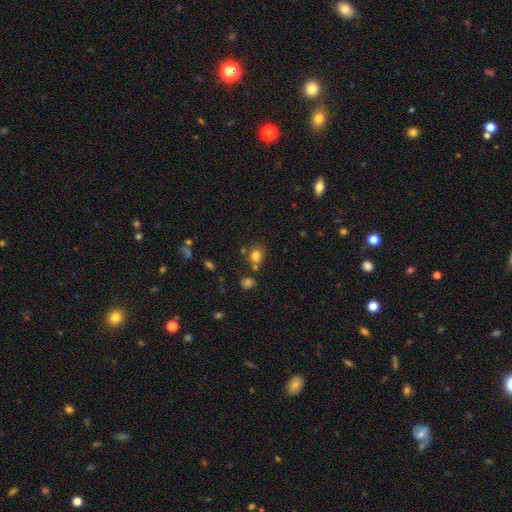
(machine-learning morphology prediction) smooth_or_featured: smooth (p=0.77) [alt: star or artifact p=0.14]
how_rounded: round (p=0.65) [alt: in between p=0.34]
merging: none (p=0.62) [alt: merger p=0.18]